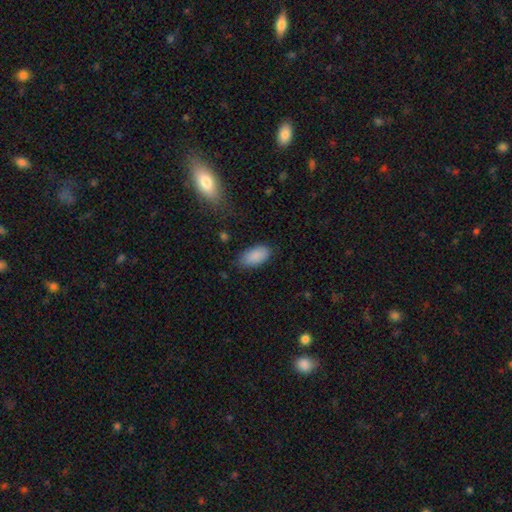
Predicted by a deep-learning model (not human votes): Smooth or featured? smooth (89%)
How rounded? in between (93%)
Merging? none (79%)